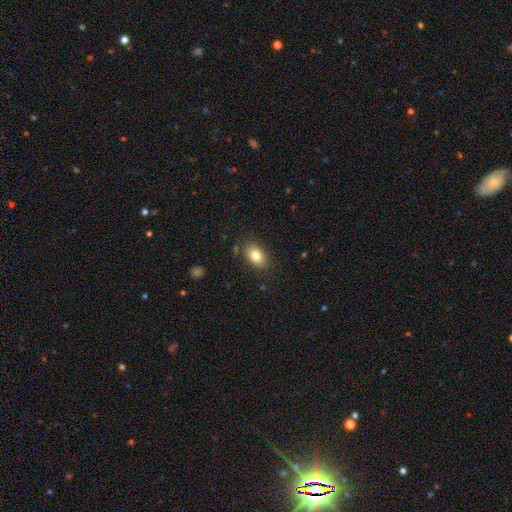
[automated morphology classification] Q: Smooth or featured?
A: smooth (83%); runner-up: featured or disk (9%)
Q: How rounded?
A: in between (87%); runner-up: round (11%)
Q: Merging?
A: none (84%); runner-up: minor disturbance (11%)